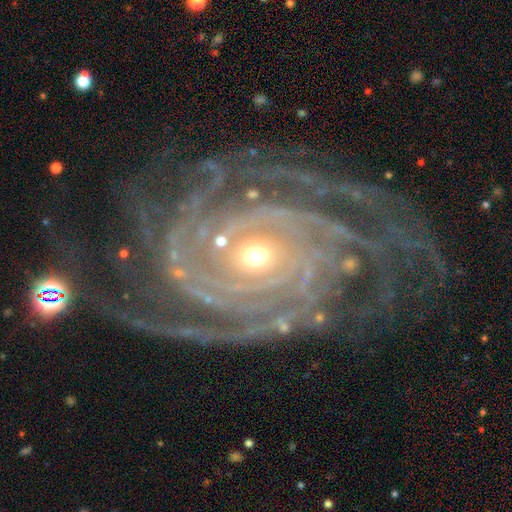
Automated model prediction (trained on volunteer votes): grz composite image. It shows a featured or disk galaxy (92%) with no bar (70%), 4 (19%, tied with 3) tight (74%) spiral arms (98%) and a small central bulge (49%). Merging: none (67%).